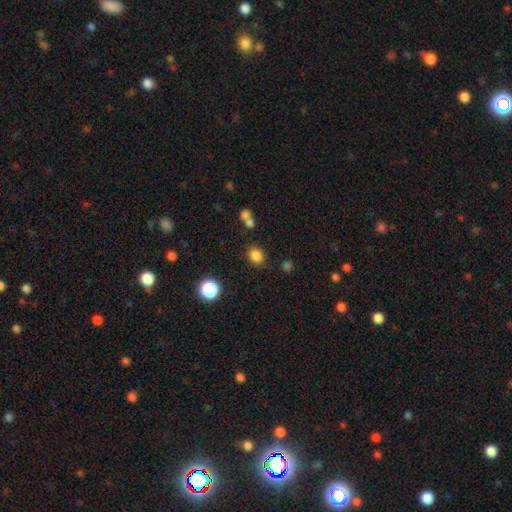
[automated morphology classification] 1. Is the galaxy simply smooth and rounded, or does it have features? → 82% smooth, 13% star or artifact, 5% featured or disk.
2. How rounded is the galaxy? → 53% round, 46% in between, 1% cigar-shaped.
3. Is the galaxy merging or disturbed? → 80% none, 10% minor disturbance, 6% merger, 4% major disturbance.